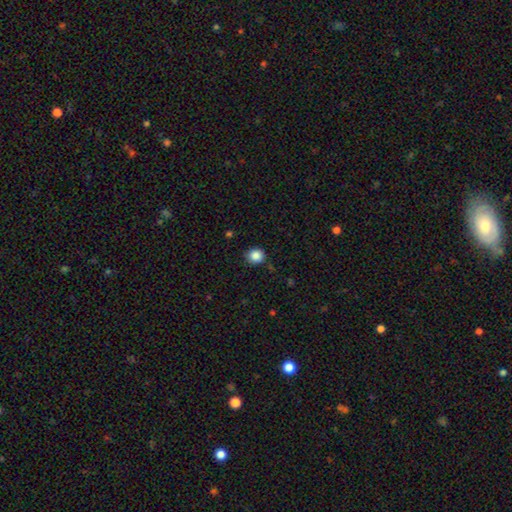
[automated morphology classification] Smooth or featured? smooth (86%)
How rounded? round (83%)
Merging? none (85%)